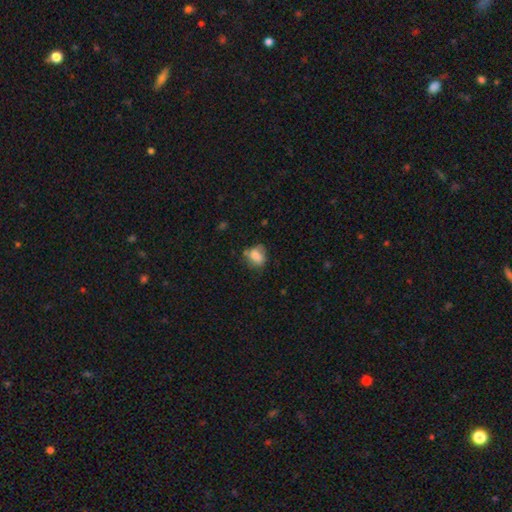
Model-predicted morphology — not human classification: A smooth galaxy with no disk features (78%) that is in between round and cigar-shaped (54%).

Vote fractions:
- Smooth or featured? smooth: 78% / featured or disk: 12% / star or artifact: 10%
- How rounded? in between: 54% / round: 44% / cigar-shaped: 1%
- Merging? none: 51% / minor disturbance: 31% / major disturbance: 12% / merger: 6%